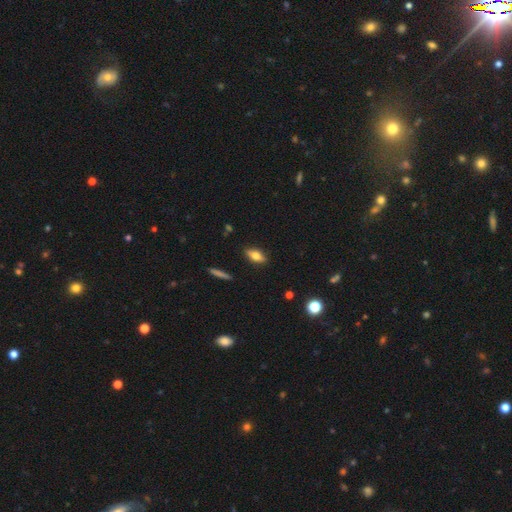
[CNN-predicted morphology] A smooth galaxy with no disk features (66%) that is in between round and cigar-shaped (74%).

Vote fractions:
- Smooth or featured? smooth: 66% / featured or disk: 27% / star or artifact: 8%
- How rounded? in between: 74% / cigar-shaped: 22% / round: 4%
- Merging? none: 87% / minor disturbance: 9% / major disturbance: 2% / merger: 1%